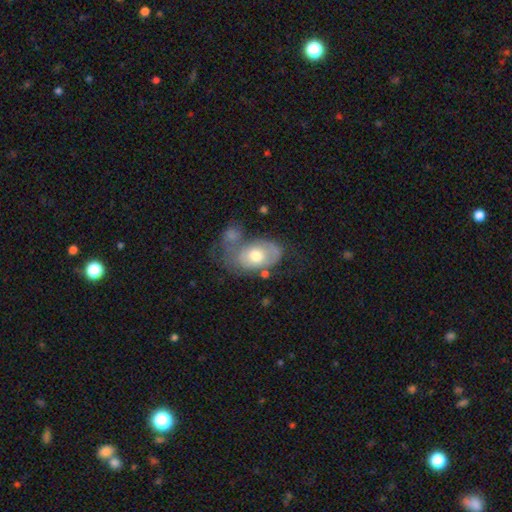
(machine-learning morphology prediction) Overall: smooth (55%; featured or disk 38%). How rounded: in between (86%). Merging: none (30%; merger 24%).